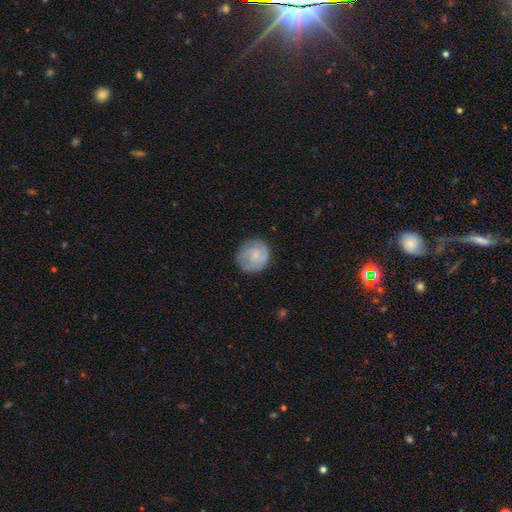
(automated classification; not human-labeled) A featured or disk galaxy (53%) with no bar (68%), spiral arms (86%) and a small central bulge (62%). Merging: none (78%).